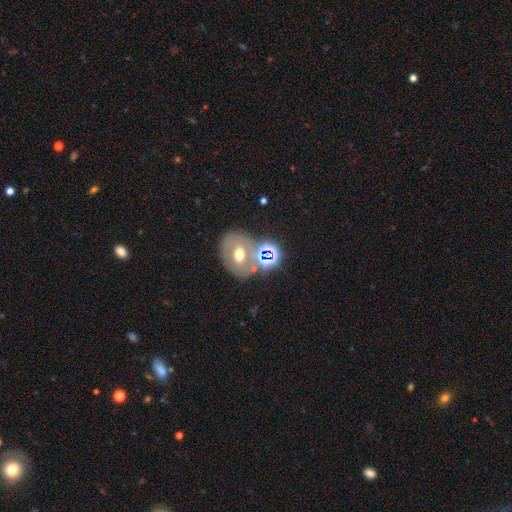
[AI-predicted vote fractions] Q: Smooth or featured?
A: featured or disk (49%); runner-up: smooth (30%)
Q: Merging?
A: none (53%); runner-up: merger (26%)